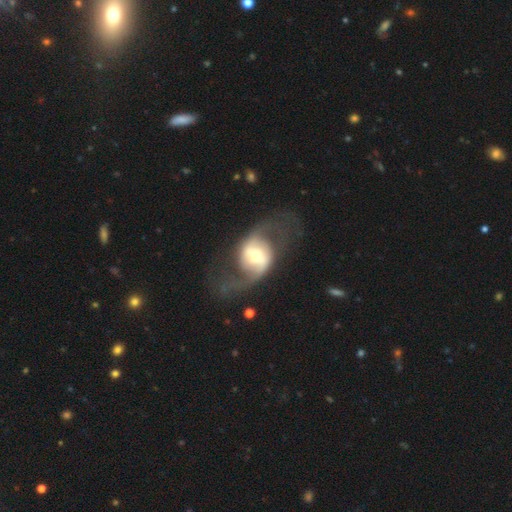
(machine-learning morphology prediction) Smooth or featured? Predicted: featured or disk (p=0.78). Edge-on disk? Predicted: no (p=0.95). Bar? Predicted: strong (p=0.39). Spiral arms? Predicted: yes (p=0.81). Spiral winding? Predicted: loose (p=0.63). Spiral arm count? Predicted: 2 (p=0.90). Bulge size? Predicted: moderate (p=0.59). Merging? Predicted: none (p=0.62).